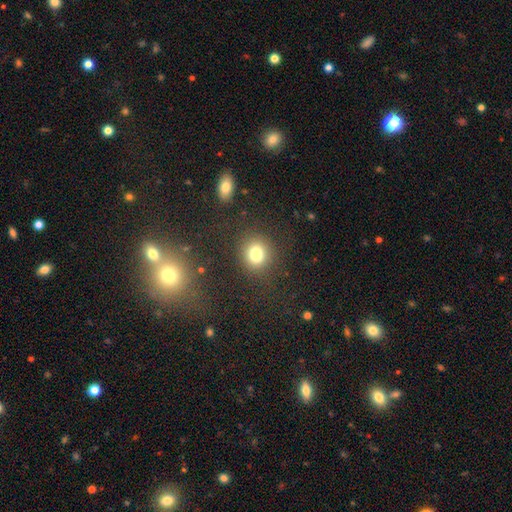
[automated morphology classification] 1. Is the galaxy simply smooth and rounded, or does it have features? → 80% smooth, 13% star or artifact, 8% featured or disk.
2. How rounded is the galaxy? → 65% round, 34% in between, 1% cigar-shaped.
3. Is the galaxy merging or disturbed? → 77% none, 12% minor disturbance, 6% merger, 5% major disturbance.